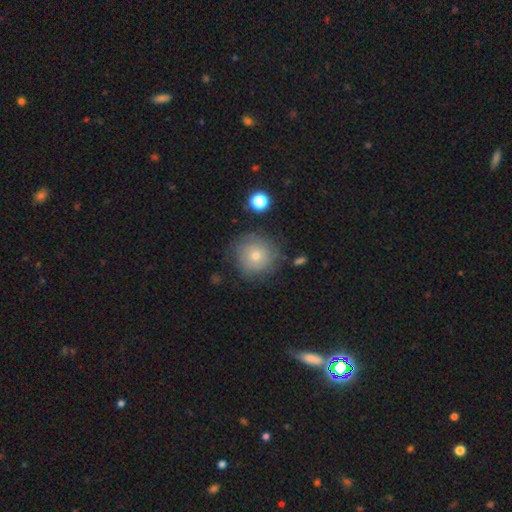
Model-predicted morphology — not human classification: Smooth or featured? Predicted: smooth (p=0.59). How rounded? Predicted: round (p=0.93). Merging? Predicted: none (p=0.79).